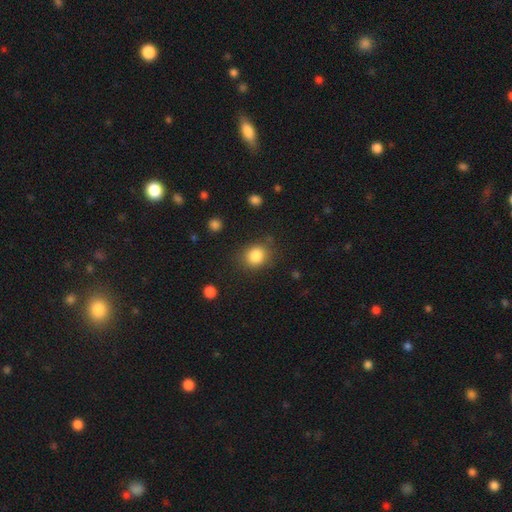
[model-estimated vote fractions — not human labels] Smooth or featured? Predicted: smooth (p=0.84). How rounded? Predicted: round (p=0.74). Merging? Predicted: none (p=0.81).